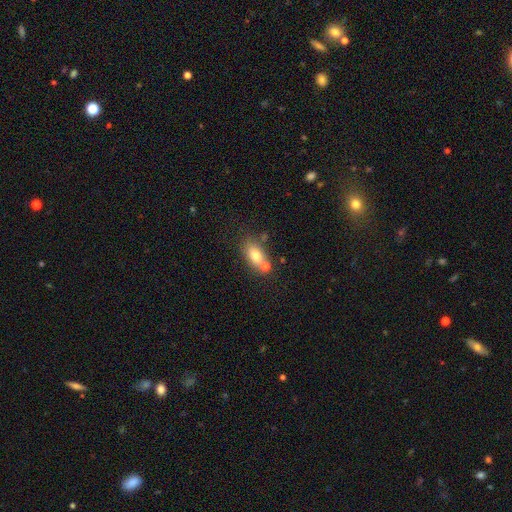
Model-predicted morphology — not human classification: This is likely a smooth galaxy (76%). How rounded: clearly in between (81%). Merging: possibly none (53%).